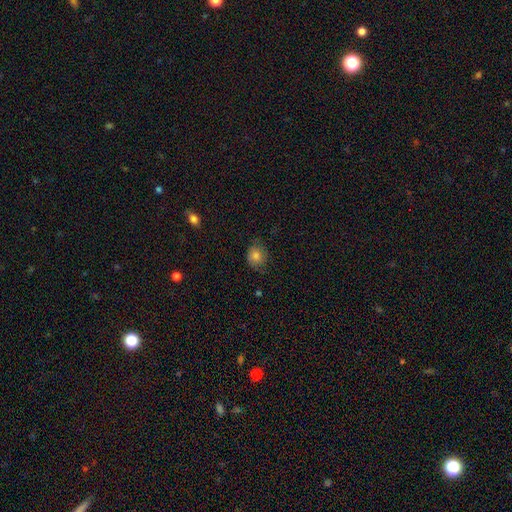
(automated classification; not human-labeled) Morphology: type=smooth (80%); roundness=round (66%); merging=none (70%).